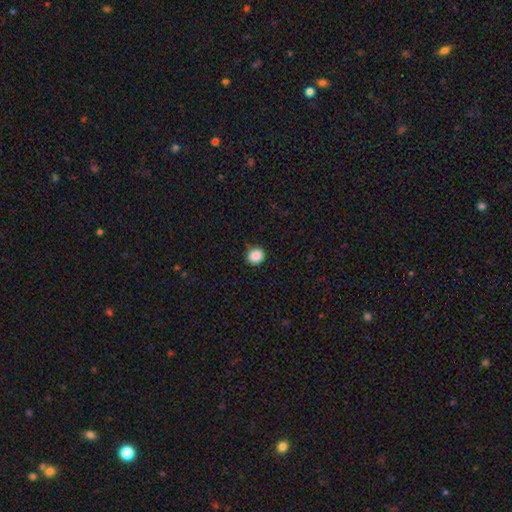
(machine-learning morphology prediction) A smooth galaxy with no disk features (87%) that is round (79%). Merging: none (80%).